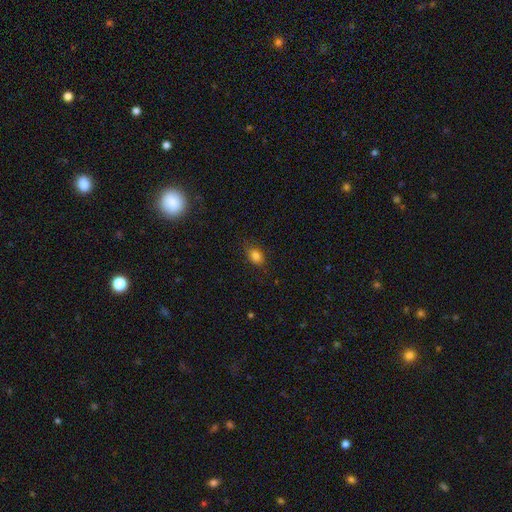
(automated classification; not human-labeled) Morphology: type=smooth (81%); roundness=in between (72%); merging=none (79%).